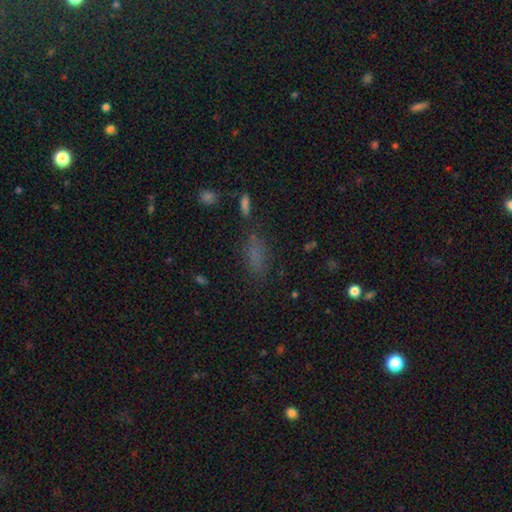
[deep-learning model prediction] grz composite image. It shows a smooth galaxy with no disk features (72%) that is in between round and cigar-shaped (70%). Merging: none (68%).